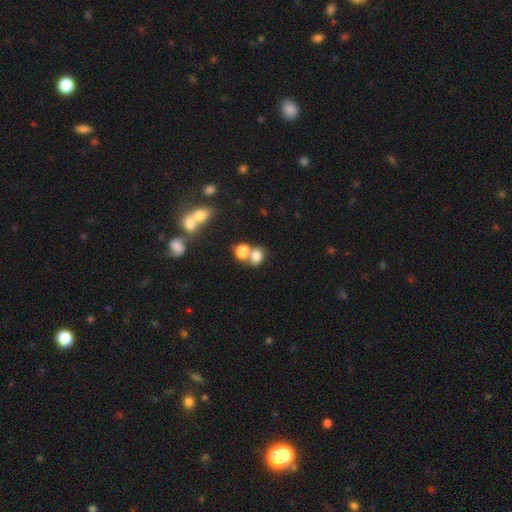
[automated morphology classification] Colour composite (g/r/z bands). It shows a smooth galaxy with no disk features (77%) that is round (63%). Merging: merger (45%).